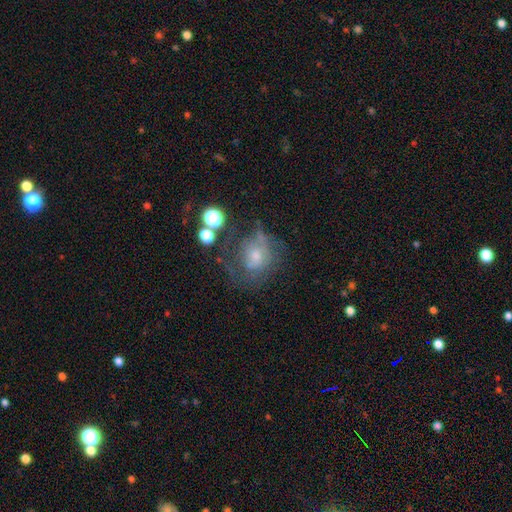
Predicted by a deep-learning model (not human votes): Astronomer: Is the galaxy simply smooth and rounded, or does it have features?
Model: featured or disk — 42% (runner-up: smooth, 41%).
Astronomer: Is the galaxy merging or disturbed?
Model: none — 45% (runner-up: major disturbance, 27%).